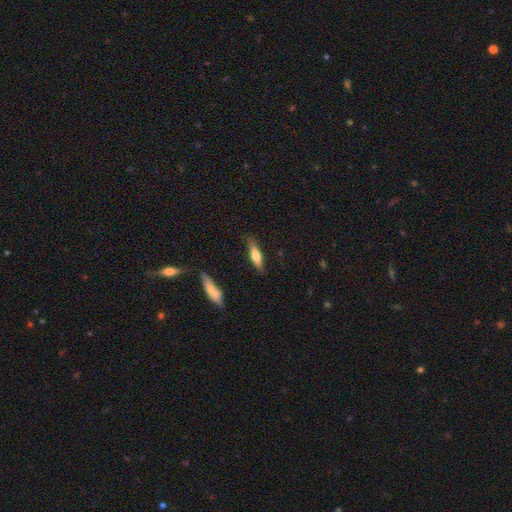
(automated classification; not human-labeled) Morphology: type=smooth (63%); roundness=cigar-shaped (66%); merging=none (81%).